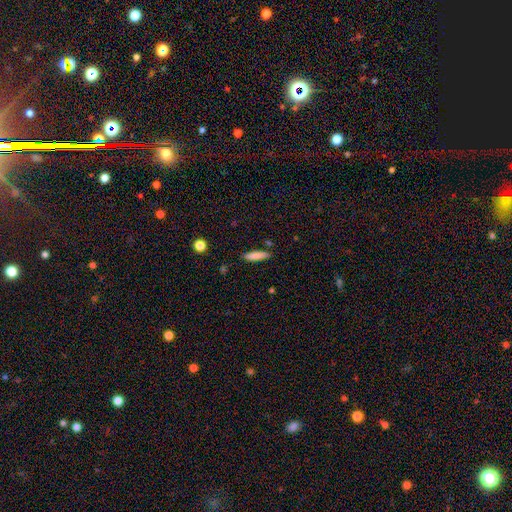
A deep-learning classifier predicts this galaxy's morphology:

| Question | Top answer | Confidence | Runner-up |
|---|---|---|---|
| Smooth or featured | smooth | 80% | featured or disk (13%) |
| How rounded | cigar-shaped | 80% | in between (18%) |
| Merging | none | 85% | minor disturbance (10%) |